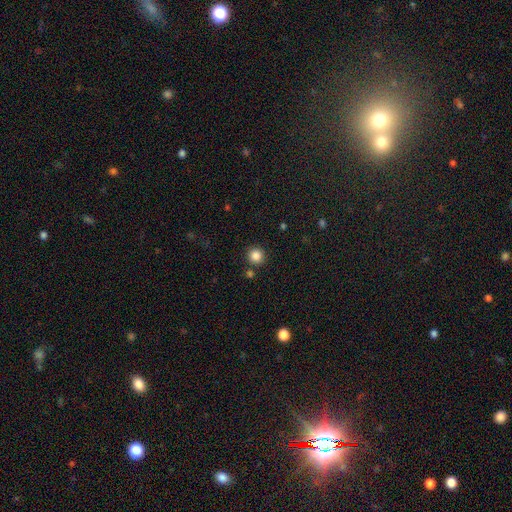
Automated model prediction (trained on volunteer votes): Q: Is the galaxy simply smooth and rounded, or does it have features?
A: smooth — 85%.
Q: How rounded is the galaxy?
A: round — 94%.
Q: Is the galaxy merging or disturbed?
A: none — 87%.